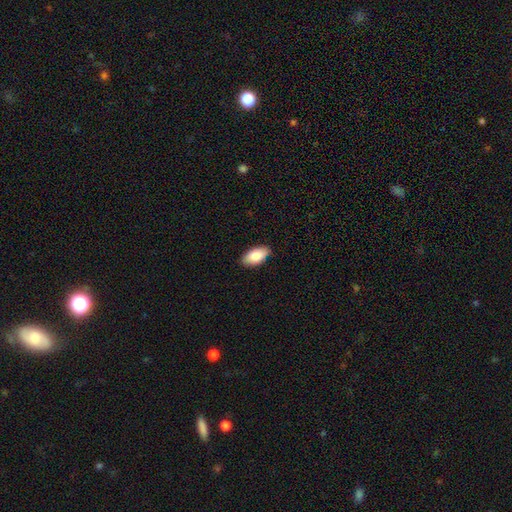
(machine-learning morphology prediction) smooth-or-featured: smooth: 85% | featured or disk: 9% | star or artifact: 6%
  how-rounded: in between: 94% | cigar-shaped: 4% | round: 2%
  merging: none: 88% | minor disturbance: 9% | major disturbance: 2% | merger: 1%